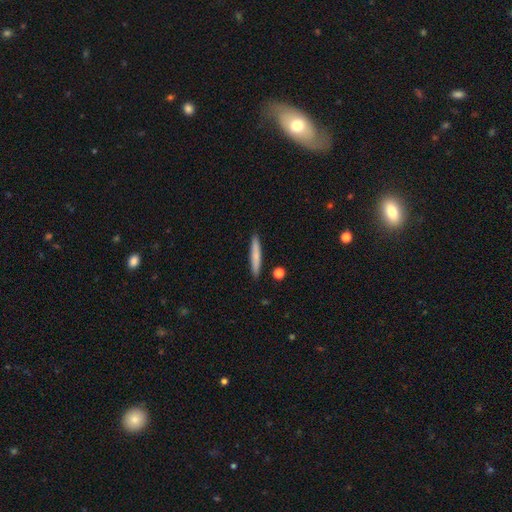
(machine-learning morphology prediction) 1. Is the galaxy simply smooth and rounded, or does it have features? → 72% smooth, 22% featured or disk, 6% star or artifact.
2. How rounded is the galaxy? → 94% cigar-shaped, 4% in between, 1% round.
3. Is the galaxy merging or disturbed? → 90% none, 6% minor disturbance, 2% merger, 1% major disturbance.